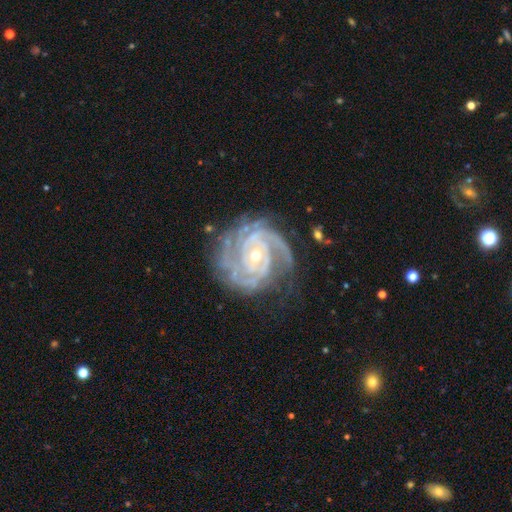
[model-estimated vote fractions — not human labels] A featured or disk galaxy (92%) with no bar (63%), 3 (29%) tight (75%) spiral arms (98%) and a small central bulge (55%).

Vote fractions:
- Smooth or featured? featured or disk: 92% / star or artifact: 5% / smooth: 3%
- Edge-on disk? no: 98% / yes: 2%
- Bar? no: 63% / weak: 26% / strong: 11%
- Spiral arms? yes: 98% / no: 2%
- Spiral winding? tight: 75% / medium: 22% / loose: 3%
- Spiral arm count? 3: 29% / 2: 23% / can't tell: 17% / 4: 16% / more than 4: 8% / 1: 7%
- Bulge size? small: 55% / moderate: 42% / large: 1% / none: 1% / dominant: 1%
- Merging? none: 70% / minor disturbance: 19% / major disturbance: 9% / merger: 2%